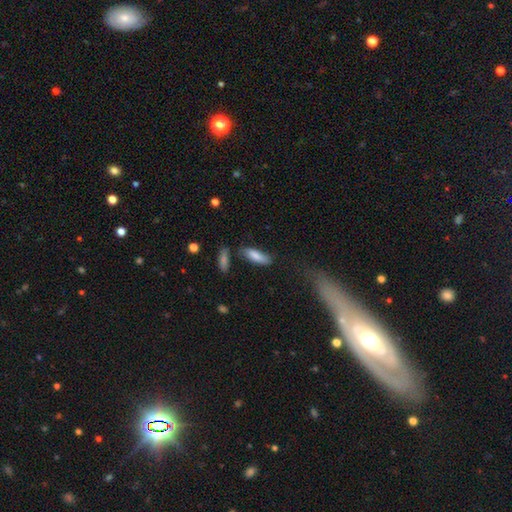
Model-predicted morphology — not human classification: smooth_or_featured: smooth (p=0.82) [alt: featured or disk p=0.12]
how_rounded: in between (p=0.54) [alt: cigar-shaped p=0.44]
merging: none (p=0.69) [alt: minor disturbance p=0.18]